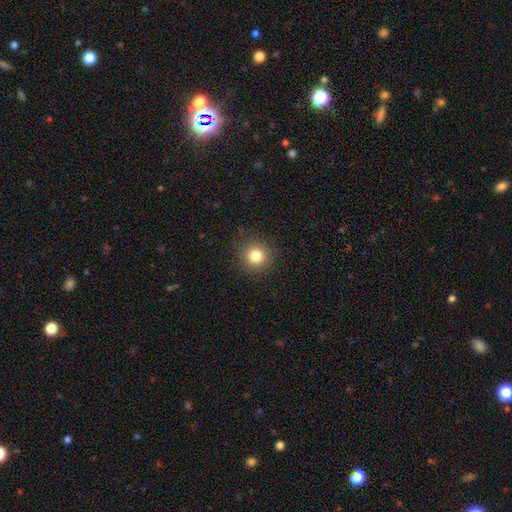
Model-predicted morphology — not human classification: A smooth galaxy with no disk features (82%) that is round (94%). Merging: none (90%).